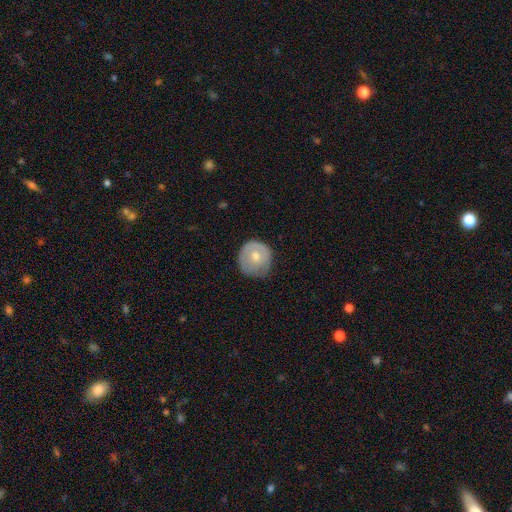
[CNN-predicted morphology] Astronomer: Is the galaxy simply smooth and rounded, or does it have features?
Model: smooth — 62%.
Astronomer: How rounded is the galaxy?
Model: round — 89%.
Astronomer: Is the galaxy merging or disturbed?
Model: none — 62%.